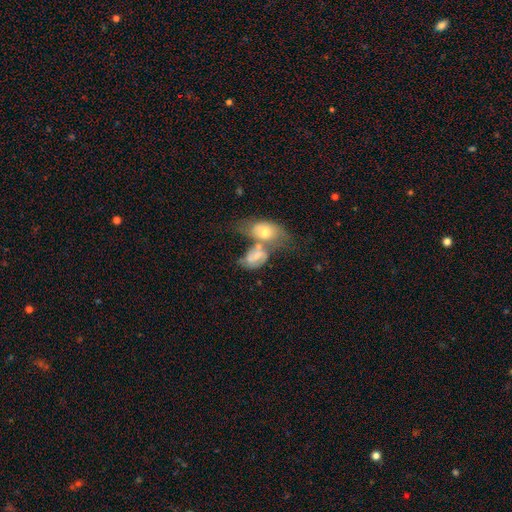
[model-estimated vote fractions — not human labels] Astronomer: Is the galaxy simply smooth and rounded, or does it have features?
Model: smooth — 51% (runner-up: featured or disk, 41%).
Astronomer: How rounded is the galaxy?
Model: in between — 81%.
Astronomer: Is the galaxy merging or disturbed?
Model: merger — 63%.